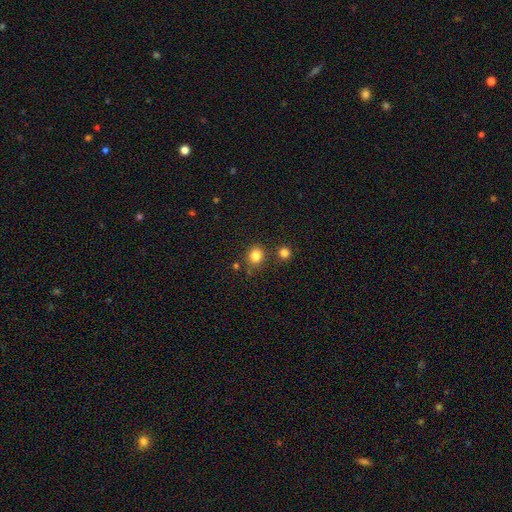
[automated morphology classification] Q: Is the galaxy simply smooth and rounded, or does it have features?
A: smooth — 82%.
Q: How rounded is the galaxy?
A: round — 74%.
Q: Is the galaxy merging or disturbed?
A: none — 76%.